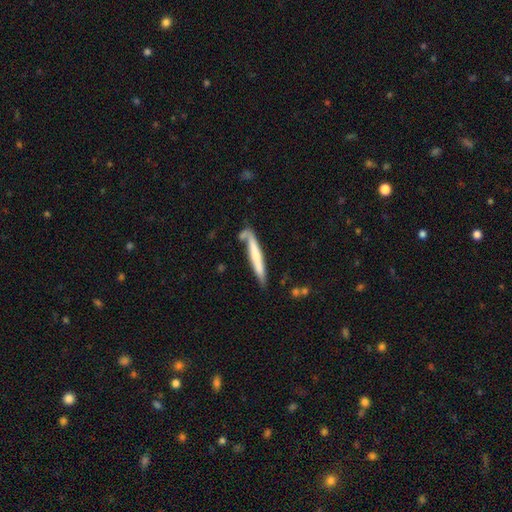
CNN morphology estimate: Q: Smooth or featured?
A: smooth (56%); runner-up: featured or disk (38%)
Q: How rounded?
A: cigar-shaped (95%); runner-up: in between (4%)
Q: Merging?
A: none (63%); runner-up: minor disturbance (20%)